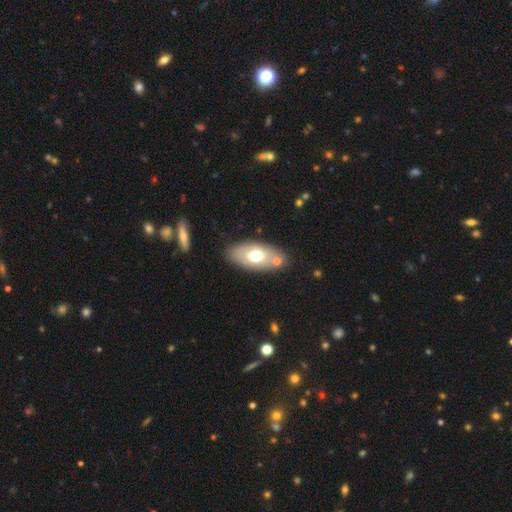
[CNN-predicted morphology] type=smooth (63%); roundness=in between (90%); merging=none (75%).